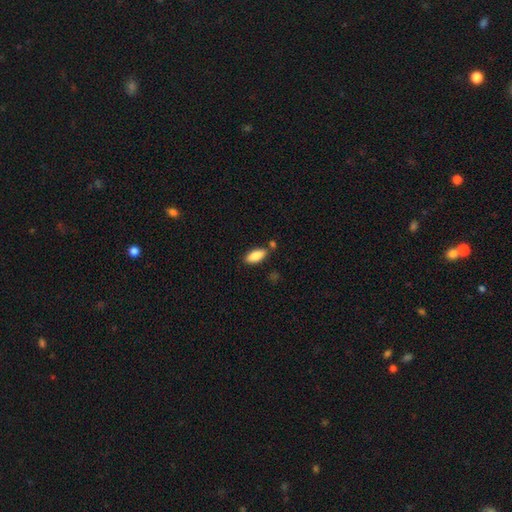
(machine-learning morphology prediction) Q: Smooth or featured?
A: smooth (87%); runner-up: featured or disk (6%)
Q: How rounded?
A: in between (85%); runner-up: cigar-shaped (13%)
Q: Merging?
A: none (76%); runner-up: minor disturbance (12%)